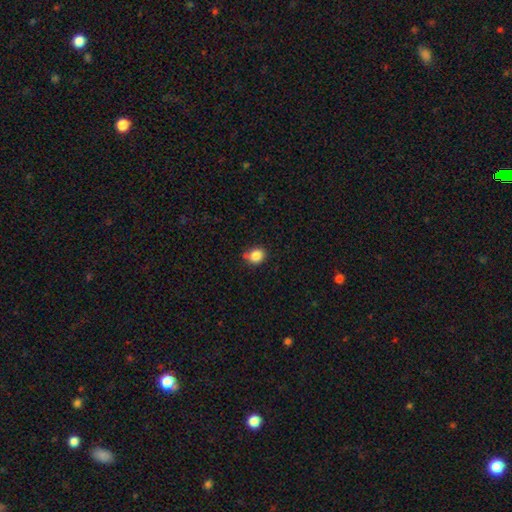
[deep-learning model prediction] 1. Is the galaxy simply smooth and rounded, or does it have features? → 86% smooth, 10% star or artifact, 4% featured or disk.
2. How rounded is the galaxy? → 72% round, 27% in between, 1% cigar-shaped.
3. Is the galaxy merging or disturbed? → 70% none, 20% minor disturbance, 6% merger, 4% major disturbance.